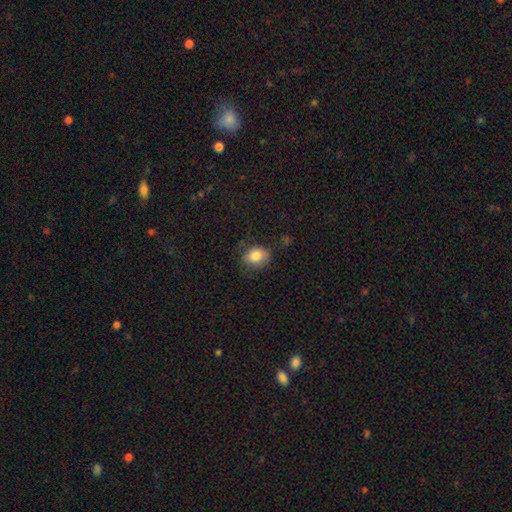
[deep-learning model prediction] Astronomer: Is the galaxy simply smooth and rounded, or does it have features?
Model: smooth — 84%.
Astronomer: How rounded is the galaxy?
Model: in between — 55% (runner-up: round, 44%).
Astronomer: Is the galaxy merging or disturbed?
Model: none — 73%.